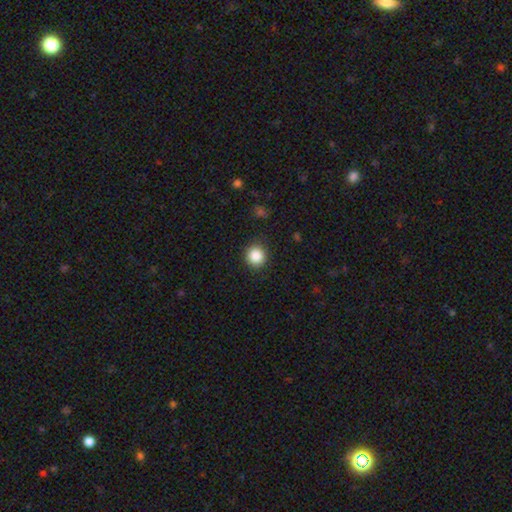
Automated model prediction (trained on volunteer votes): A smooth galaxy with no disk features (87%) that is round (91%).

Vote fractions:
- Smooth or featured? smooth: 87% / star or artifact: 10% / featured or disk: 4%
- How rounded? round: 91% / in between: 8% / cigar-shaped: 1%
- Merging? none: 89% / minor disturbance: 7% / major disturbance: 2% / merger: 1%